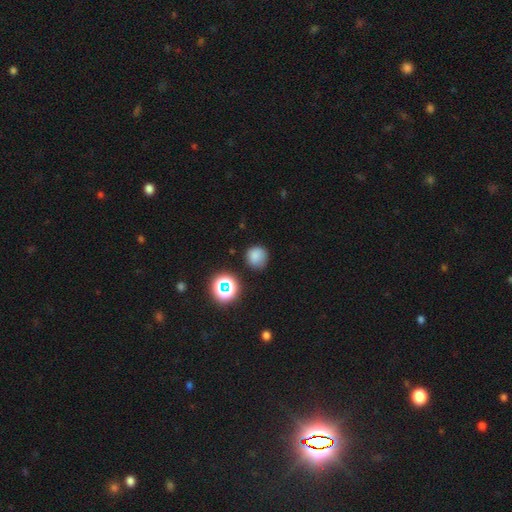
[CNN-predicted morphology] type=smooth (76%); roundness=round (86%); merging=none (73%).